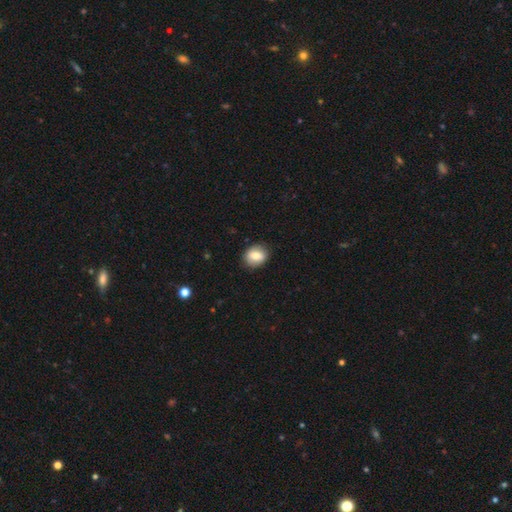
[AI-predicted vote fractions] Overall: smooth (76%). How rounded: round (55%; in between 44%). Merging: none (86%).